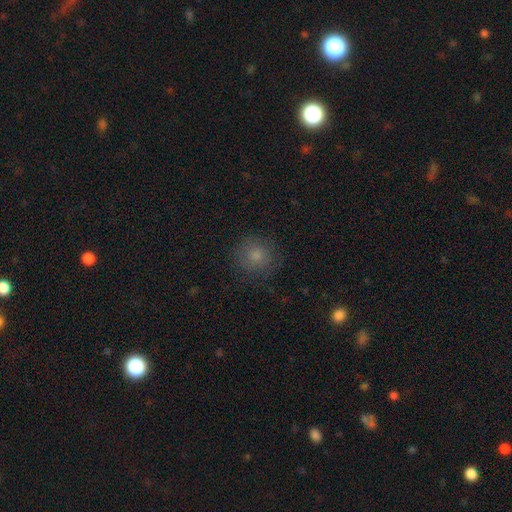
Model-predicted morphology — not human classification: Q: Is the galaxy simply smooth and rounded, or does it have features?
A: smooth — 79%.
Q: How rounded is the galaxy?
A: round — 91%.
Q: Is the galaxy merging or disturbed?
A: none — 82%.